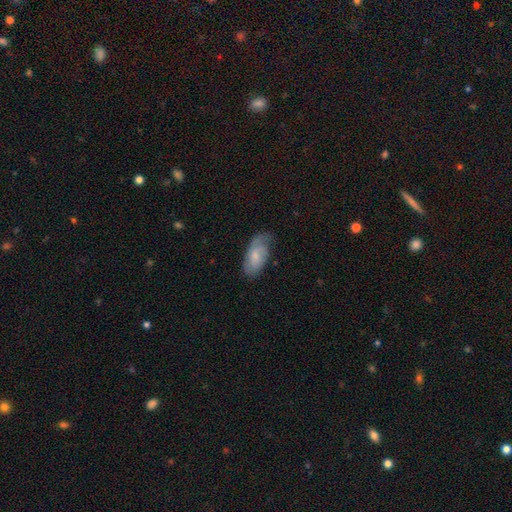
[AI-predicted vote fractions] A smooth galaxy with no disk features (55%) that is in between round and cigar-shaped (90%).

Vote fractions:
- Smooth or featured? smooth: 55% / featured or disk: 39% / star or artifact: 6%
- How rounded? in between: 90% / cigar-shaped: 7% / round: 3%
- Merging? none: 59% / minor disturbance: 29% / major disturbance: 10% / merger: 2%